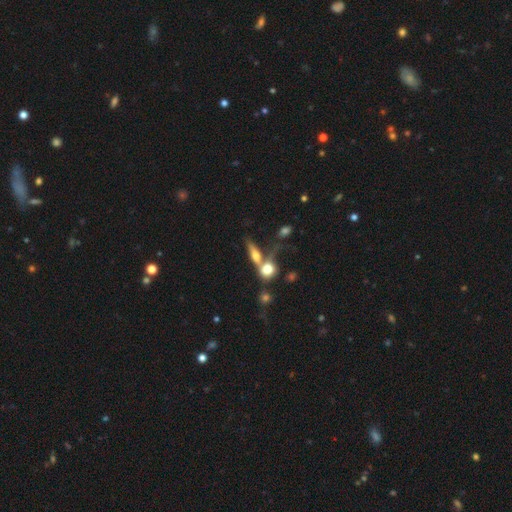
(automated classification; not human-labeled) The model was most divided on "how rounded": in between: 46%, cigar-shaped: 35%, round: 20%. Remaining: smooth or featured — smooth (53%); merging — merger (49%).